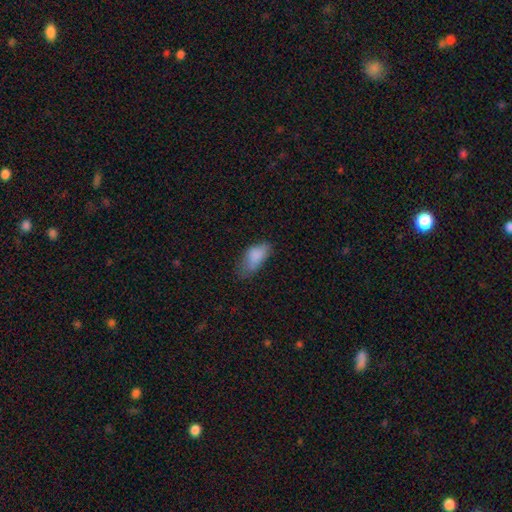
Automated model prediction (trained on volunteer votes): Overall: smooth (81%). How rounded: in between (91%). Merging: none (41%; minor disturbance 38%).